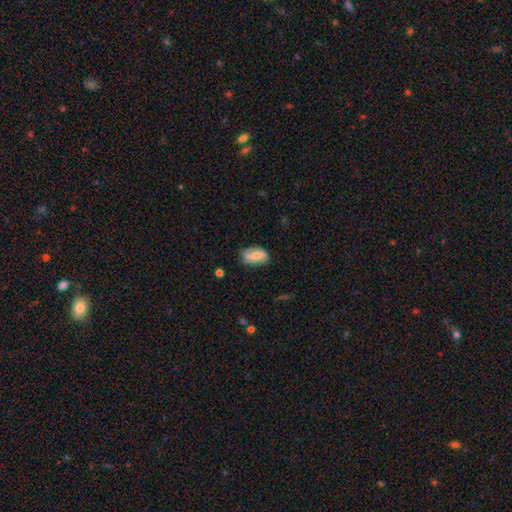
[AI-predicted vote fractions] Smooth or featured: smooth — 56% (featured or disk — 36%)
How rounded: in between — 89% (round — 6%)
Merging: none — 67% (minor disturbance — 24%)